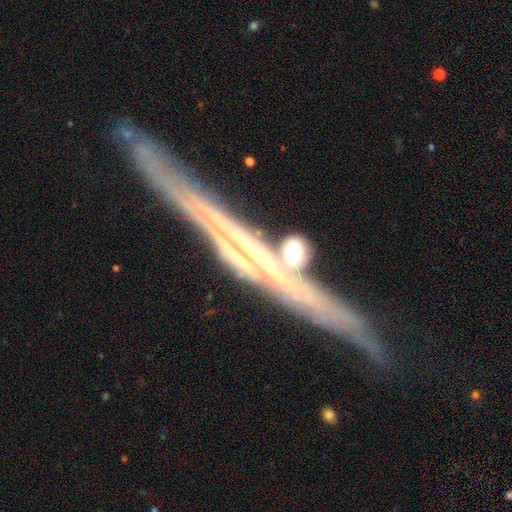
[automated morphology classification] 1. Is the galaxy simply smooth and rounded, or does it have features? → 82% featured or disk, 10% smooth, 8% star or artifact.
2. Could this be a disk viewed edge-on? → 93% yes, 7% no.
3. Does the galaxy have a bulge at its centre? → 55% none, 31% rounded, 14% boxy.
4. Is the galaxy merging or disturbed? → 78% none, 13% minor disturbance, 5% merger, 4% major disturbance.